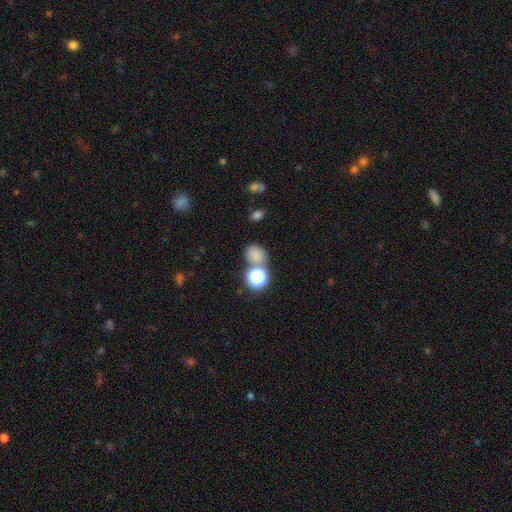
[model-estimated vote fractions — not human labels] Smooth or featured?
  - smooth: 73% *
  - star or artifact: 21%
  - featured or disk: 6%
How rounded?
  - round: 67% *
  - in between: 31%
  - cigar-shaped: 1%
Merging?
  - none: 60% *
  - merger: 24%
  - minor disturbance: 11%
  - major disturbance: 5%